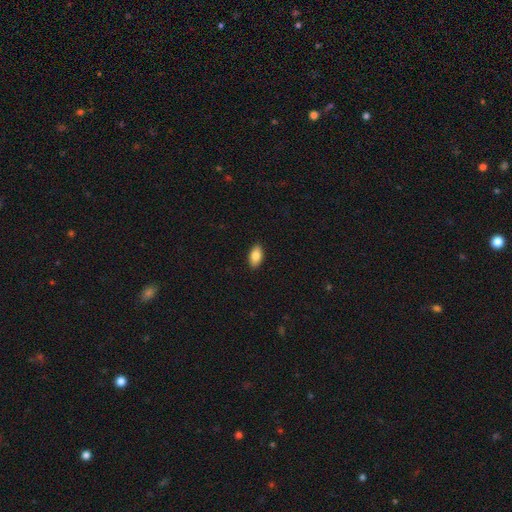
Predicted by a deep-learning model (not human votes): Smooth or featured: smooth — 86% (star or artifact — 7%)
How rounded: in between — 94% (round — 4%)
Merging: none — 90% (minor disturbance — 7%)